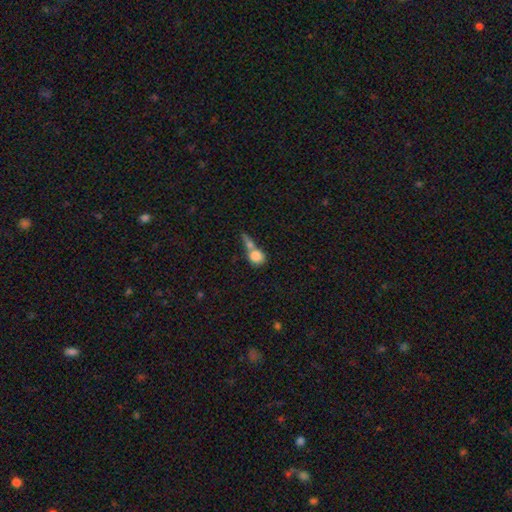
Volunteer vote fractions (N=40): A smooth galaxy with no disk features (72%) that is round (52%).

Vote fractions:
- Smooth or featured? smooth: 72% / featured or disk: 22% / star or artifact: 5%
- How rounded? round: 52% / in between: 38% / cigar-shaped: 10%
- Merging? merger: 58% / none: 18% / major disturbance: 18% / minor disturbance: 5%